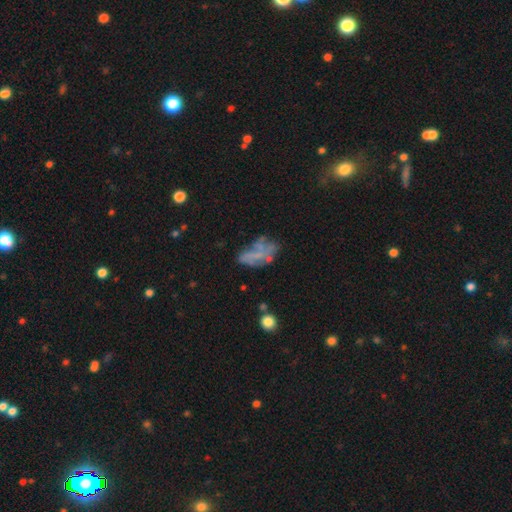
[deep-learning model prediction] Morphology: type=featured or disk (51%); edge-on=no (96%); merging=none (39%).